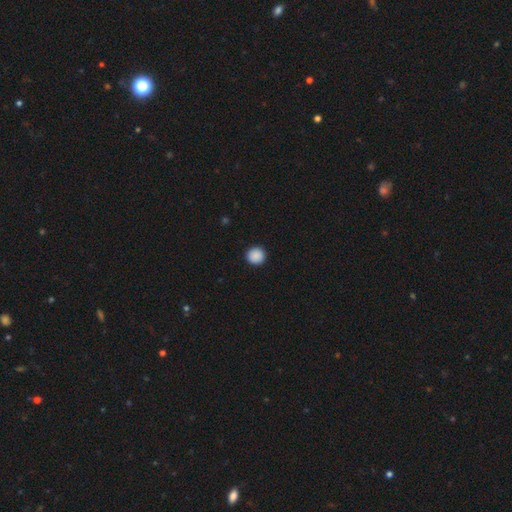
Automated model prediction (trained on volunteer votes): Smooth or featured?
  - smooth: 89% *
  - star or artifact: 8%
  - featured or disk: 2%
How rounded?
  - round: 94% *
  - in between: 5%
  - cigar-shaped: 1%
Merging?
  - none: 93% *
  - minor disturbance: 4%
  - major disturbance: 1%
  - merger: 1%